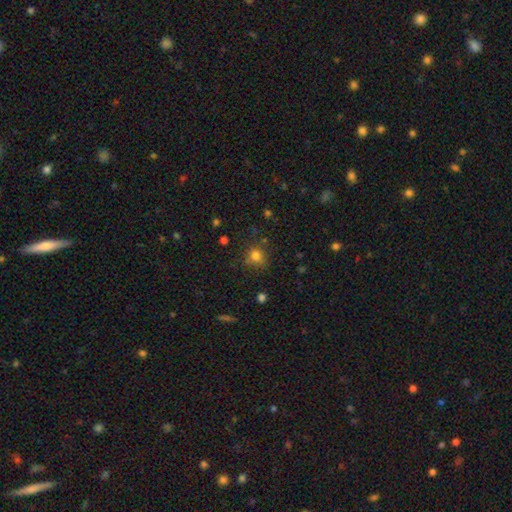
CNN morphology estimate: Smooth or featured? smooth (78%)
How rounded? round (87%)
Merging? none (75%)